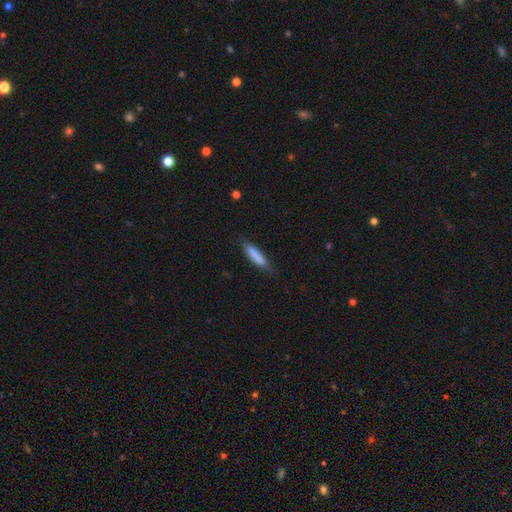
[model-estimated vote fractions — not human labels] Smooth or featured? smooth (81%)
How rounded? cigar-shaped (76%)
Merging? none (75%)